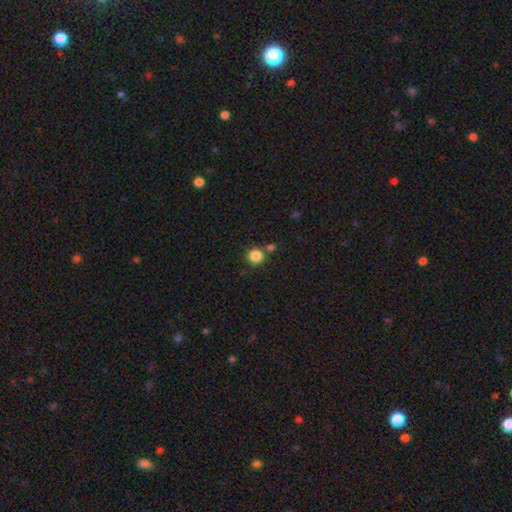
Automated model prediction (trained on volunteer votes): smooth-or-featured: smooth: 84% | star or artifact: 11% | featured or disk: 4%
  how-rounded: round: 93% | in between: 6% | cigar-shaped: 1%
  merging: none: 76% | merger: 13% | minor disturbance: 8% | major disturbance: 3%